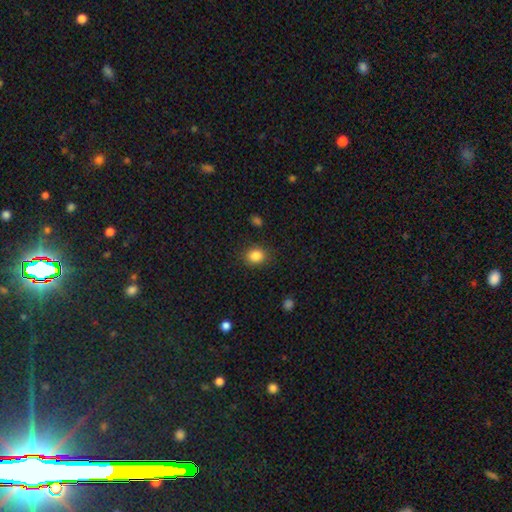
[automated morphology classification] Overall: smooth (85%). How rounded: round (70%). Merging: none (87%).